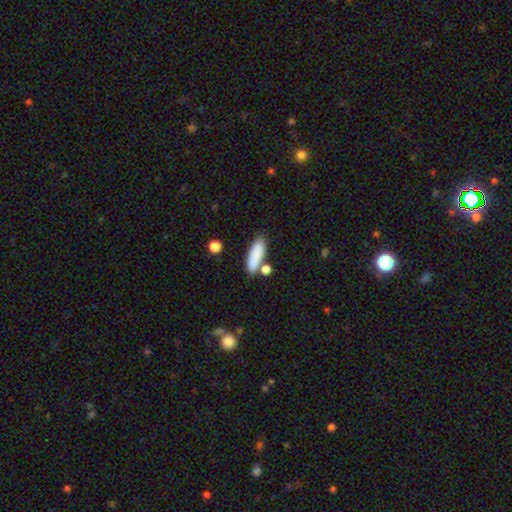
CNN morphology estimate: smooth_or_featured: smooth (p=0.85) [alt: featured or disk p=0.08]
how_rounded: in between (p=0.59) [alt: cigar-shaped p=0.38]
merging: none (p=0.69) [alt: merger p=0.15]